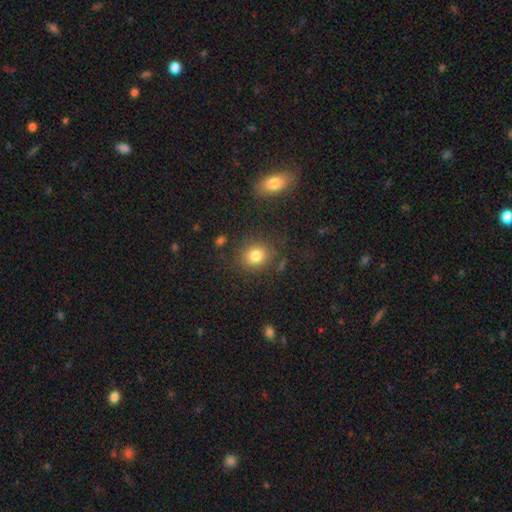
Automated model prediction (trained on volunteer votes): Overall: smooth (80%). How rounded: round (74%). Merging: none (82%).